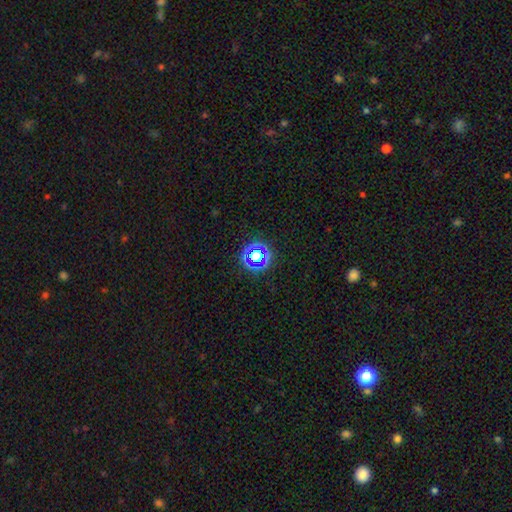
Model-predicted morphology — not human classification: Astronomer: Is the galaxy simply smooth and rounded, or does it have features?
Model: star or artifact — 58%.